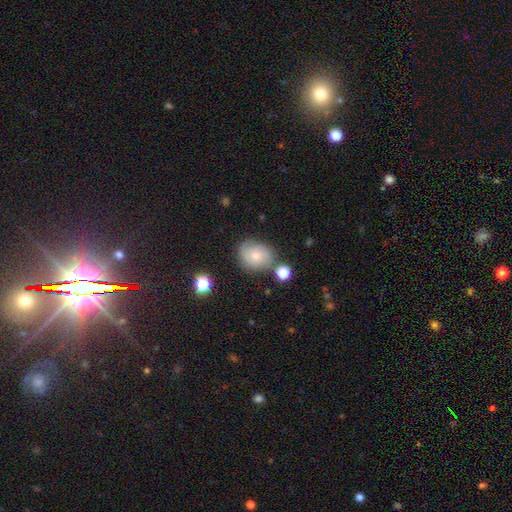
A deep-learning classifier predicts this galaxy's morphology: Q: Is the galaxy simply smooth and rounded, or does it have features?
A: smooth — 64%.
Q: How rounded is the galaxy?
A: round — 57%.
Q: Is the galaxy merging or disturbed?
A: none — 65%.